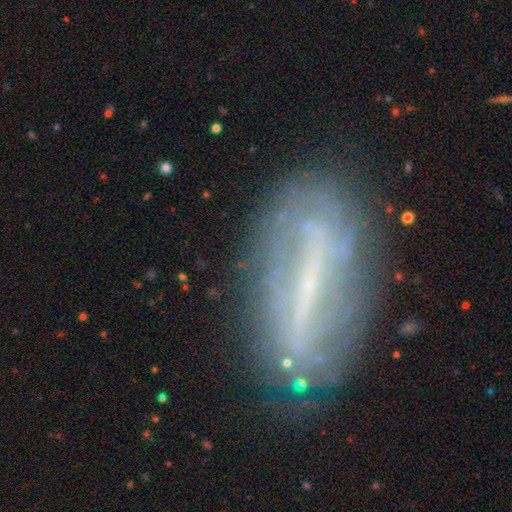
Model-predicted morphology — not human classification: smooth_or_featured: featured or disk (p=0.71) [alt: smooth p=0.20]
disk_edge_on: no (p=0.74) [alt: yes p=0.26]
bar: strong (p=0.58) [alt: weak p=0.25]
has_spiral_arms: no (p=0.52) [alt: yes p=0.48]
bulge_size: small (p=0.58) [alt: none p=0.27]
merging: none (p=0.71) [alt: minor disturbance p=0.18]